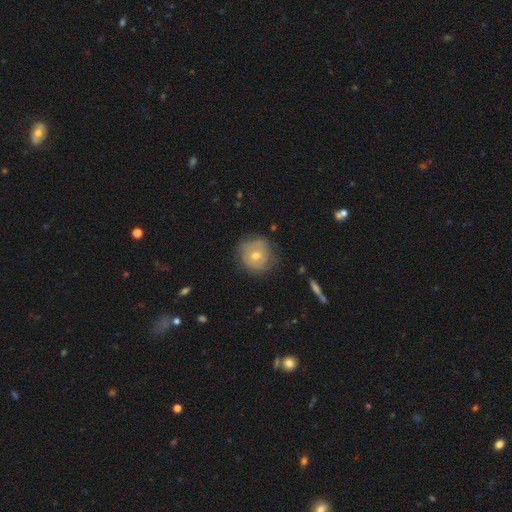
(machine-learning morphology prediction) Smooth or featured: featured or disk — 50% (smooth — 40%)
Edge-on disk: no — 94% (yes — 6%)
Merging: none — 72% (minor disturbance — 21%)